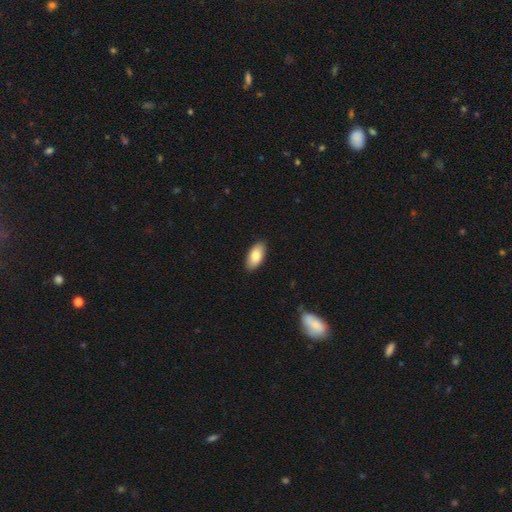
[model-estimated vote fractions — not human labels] Overall: smooth (84%). How rounded: in between (92%). Merging: none (89%).